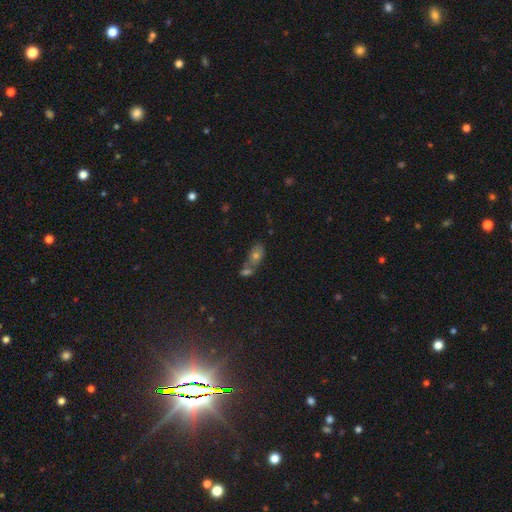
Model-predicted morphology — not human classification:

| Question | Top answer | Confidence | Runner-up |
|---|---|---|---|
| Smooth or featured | smooth | 58% | star or artifact (21%) |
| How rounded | in between | 78% | round (16%) |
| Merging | merger | 42% | none (41%) |